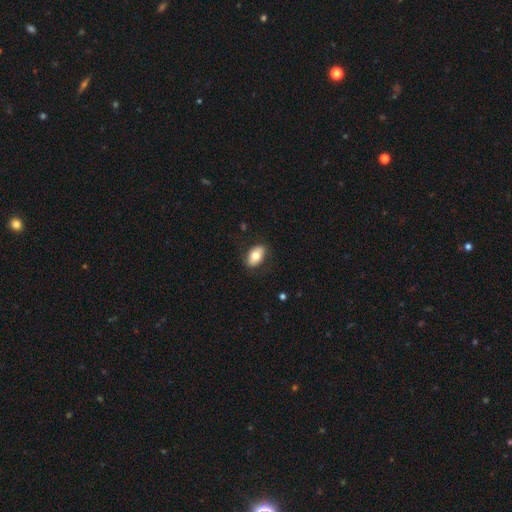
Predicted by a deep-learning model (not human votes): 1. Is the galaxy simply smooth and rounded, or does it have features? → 72% smooth, 21% featured or disk, 7% star or artifact.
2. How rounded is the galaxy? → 91% in between, 7% round, 2% cigar-shaped.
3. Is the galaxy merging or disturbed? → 83% none, 12% minor disturbance, 4% major disturbance, 1% merger.